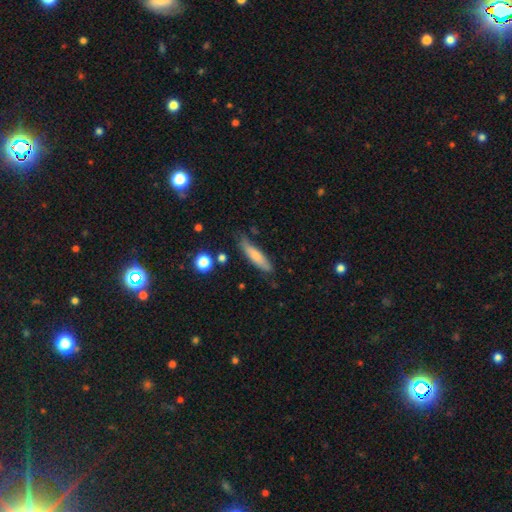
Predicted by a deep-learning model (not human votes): smooth 73%, featured or disk 21%, star or artifact 6%. Down the decision tree: how rounded — cigar-shaped (76%); merging — none (74%).